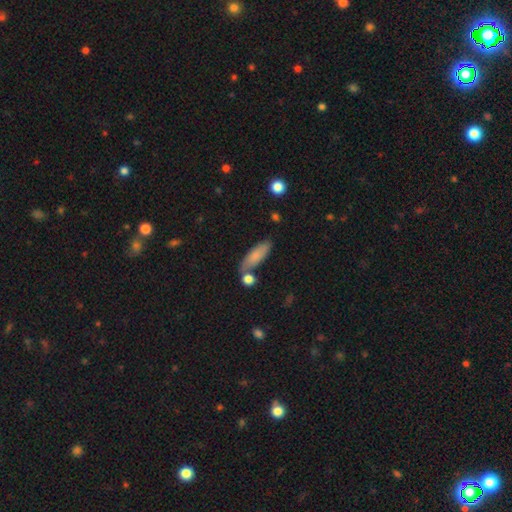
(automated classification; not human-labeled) Q: Smooth or featured?
A: smooth (77%); runner-up: featured or disk (16%)
Q: How rounded?
A: in between (60%); runner-up: cigar-shaped (37%)
Q: Merging?
A: none (63%); runner-up: minor disturbance (18%)